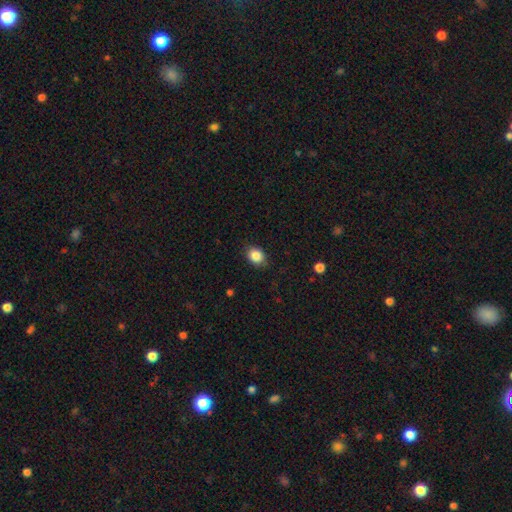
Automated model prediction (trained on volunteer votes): smooth_or_featured: smooth (p=0.87) [alt: star or artifact p=0.09]
how_rounded: in between (p=0.52) [alt: round p=0.48]
merging: none (p=0.85) [alt: minor disturbance p=0.11]